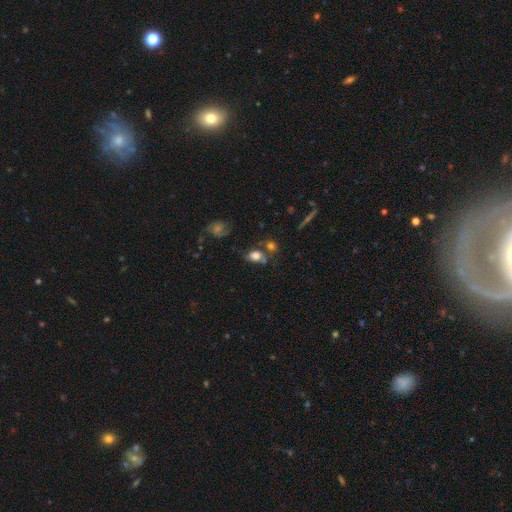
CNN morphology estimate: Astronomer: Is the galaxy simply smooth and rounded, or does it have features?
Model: smooth — 72%.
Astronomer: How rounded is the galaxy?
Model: in between — 63%.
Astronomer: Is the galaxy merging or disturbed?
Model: none — 50% (runner-up: merger, 25%).